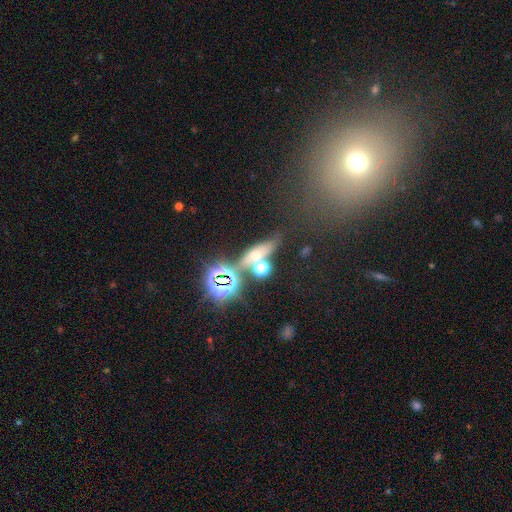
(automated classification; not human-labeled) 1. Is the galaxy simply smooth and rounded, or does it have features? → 42% smooth, 37% star or artifact, 21% featured or disk.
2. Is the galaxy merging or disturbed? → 59% none, 22% merger, 12% minor disturbance, 7% major disturbance.